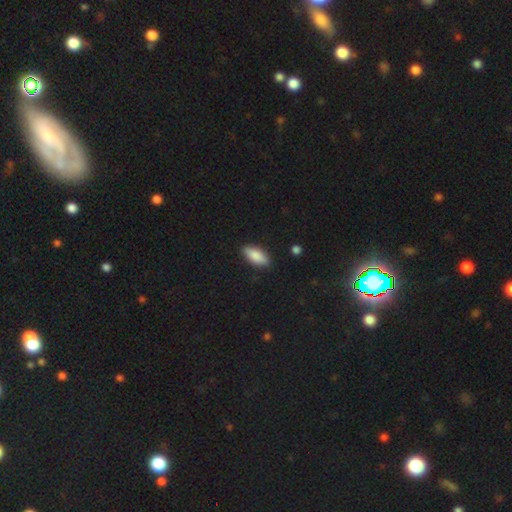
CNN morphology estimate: smooth 84%, featured or disk 10%, star or artifact 6%. Down the decision tree: how rounded — in between (82%); merging — none (87%).